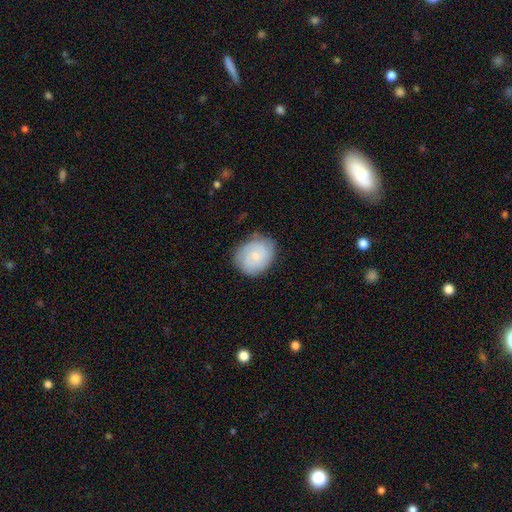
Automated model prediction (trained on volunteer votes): A smooth galaxy with no disk features (47%). Merging: none (77%).